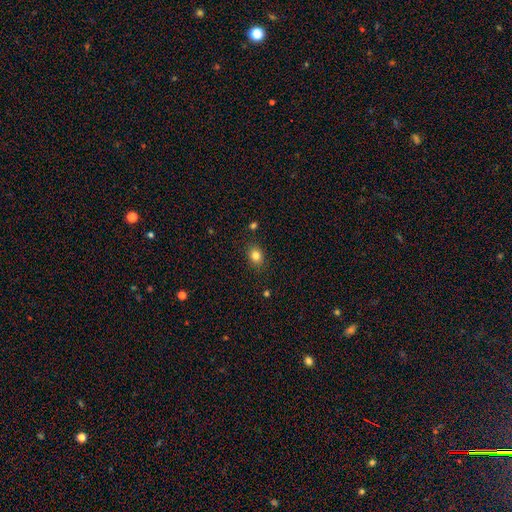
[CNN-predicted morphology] smooth_or_featured: smooth (p=0.82) [alt: star or artifact p=0.11]
how_rounded: in between (p=0.52) [alt: round p=0.47]
merging: none (p=0.86) [alt: minor disturbance p=0.10]